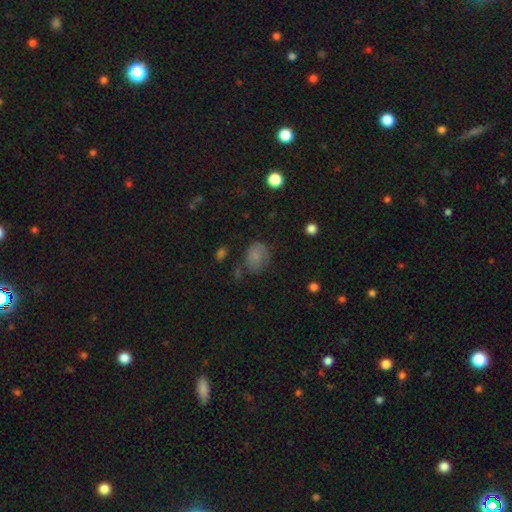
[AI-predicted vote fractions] Smooth or featured: smooth — 75% (star or artifact — 13%)
How rounded: in between — 58% (round — 41%)
Merging: none — 57% (minor disturbance — 27%)